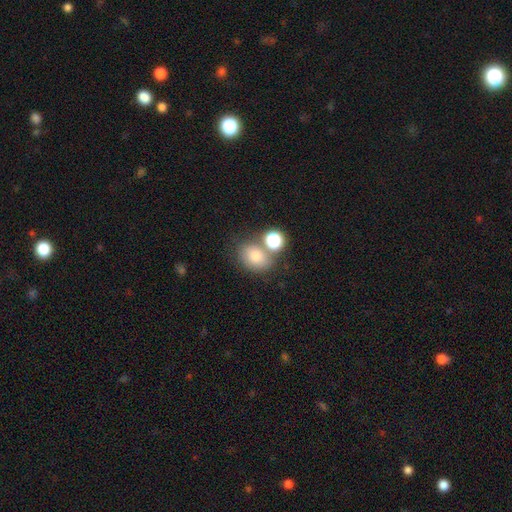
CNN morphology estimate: smooth-or-featured: smooth: 77% | star or artifact: 13% | featured or disk: 10%
  how-rounded: in between: 58% | round: 41% | cigar-shaped: 1%
  merging: none: 56% | merger: 27% | minor disturbance: 13% | major disturbance: 5%